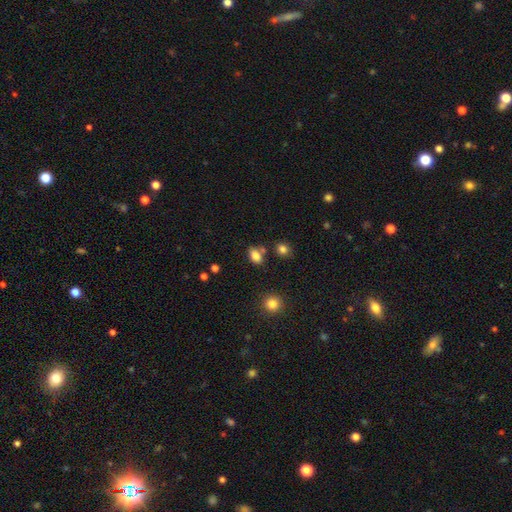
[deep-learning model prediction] Smooth or featured? Predicted: smooth (p=0.82). How rounded? Predicted: in between (p=0.83). Merging? Predicted: none (p=0.70).